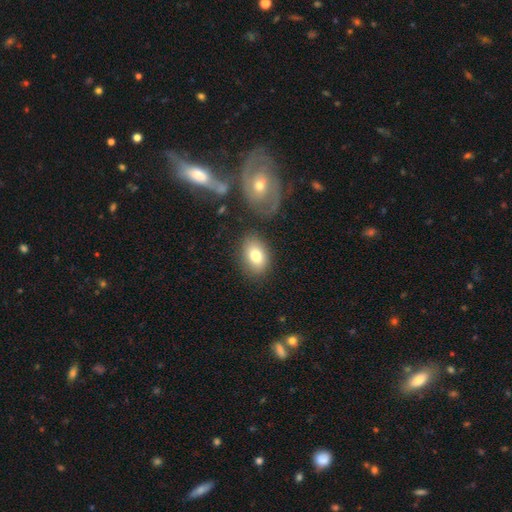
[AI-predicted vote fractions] Morphology: type=smooth (78%); roundness=in between (78%); merging=none (76%).